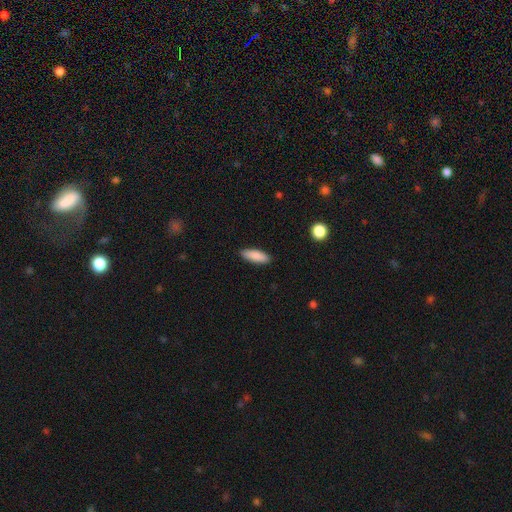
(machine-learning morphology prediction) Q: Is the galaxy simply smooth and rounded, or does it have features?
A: smooth — 88%.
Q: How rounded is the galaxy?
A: in between — 58%.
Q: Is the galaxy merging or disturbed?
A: none — 89%.